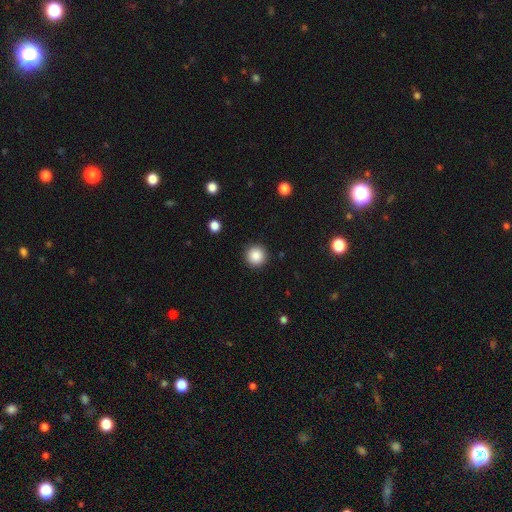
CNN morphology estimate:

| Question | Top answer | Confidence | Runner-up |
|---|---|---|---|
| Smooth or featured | smooth | 87% | star or artifact (10%) |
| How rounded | round | 96% | in between (3%) |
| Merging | none | 92% | minor disturbance (5%) |